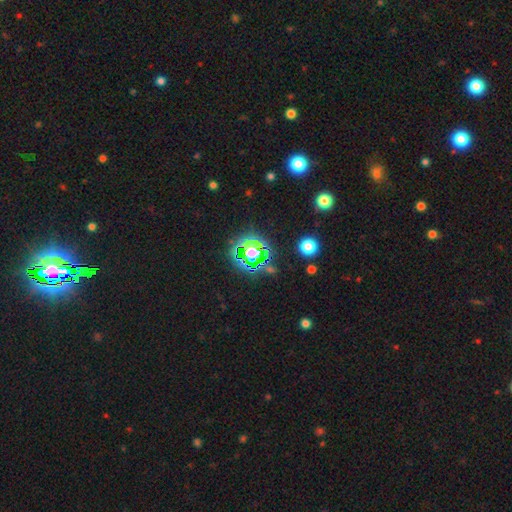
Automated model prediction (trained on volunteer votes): Morphology: type=star or artifact (78%).